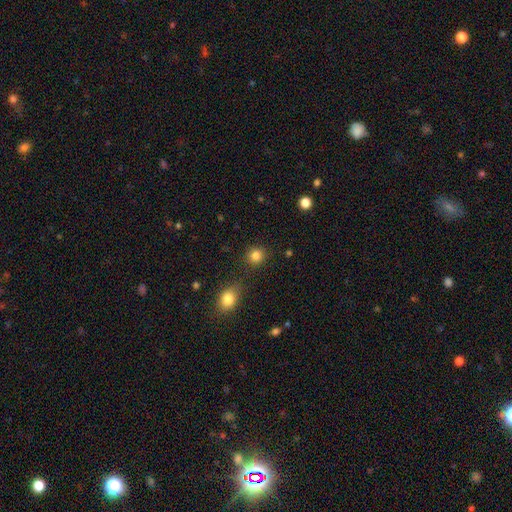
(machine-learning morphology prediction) smooth_or_featured: smooth (p=0.84) [alt: star or artifact p=0.11]
how_rounded: round (p=0.87) [alt: in between p=0.12]
merging: none (p=0.86) [alt: minor disturbance p=0.07]